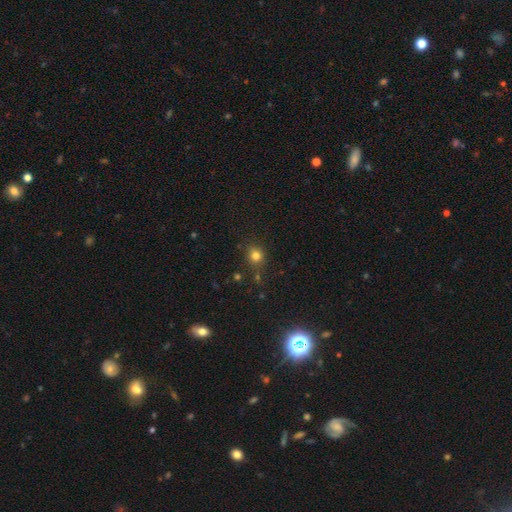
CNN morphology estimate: The model was most divided on "smooth or featured": smooth: 77%, star or artifact: 17%, featured or disk: 6%. More confident: how rounded — round (83%); merging — none (79%).